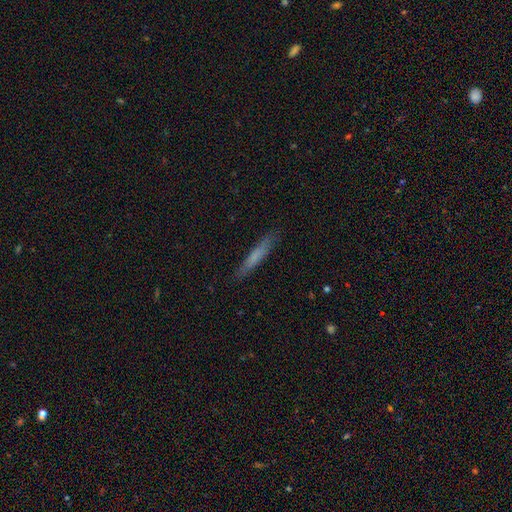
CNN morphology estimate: smooth_or_featured: smooth (p=0.67) [alt: featured or disk p=0.26]
how_rounded: cigar-shaped (p=0.94) [alt: in between p=0.04]
merging: none (p=0.87) [alt: minor disturbance p=0.10]